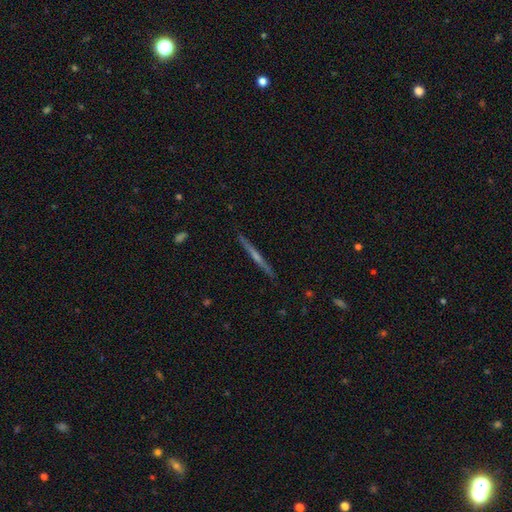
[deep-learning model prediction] smooth-or-featured: featured or disk: 71% | smooth: 23% | star or artifact: 6%
  disk-edge-on: yes: 98% | no: 2%
    edge-on-bulge: rounded: 50% | none: 42% | boxy: 8%
  merging: none: 92% | minor disturbance: 6% | major disturbance: 1% | merger: 1%